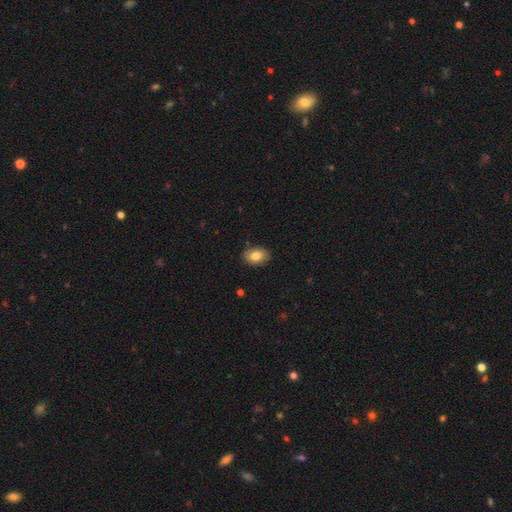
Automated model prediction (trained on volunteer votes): smooth-or-featured: smooth: 83% | featured or disk: 10% | star or artifact: 7%
  how-rounded: in between: 83% | round: 15% | cigar-shaped: 1%
  merging: none: 86% | minor disturbance: 11% | major disturbance: 2% | merger: 1%